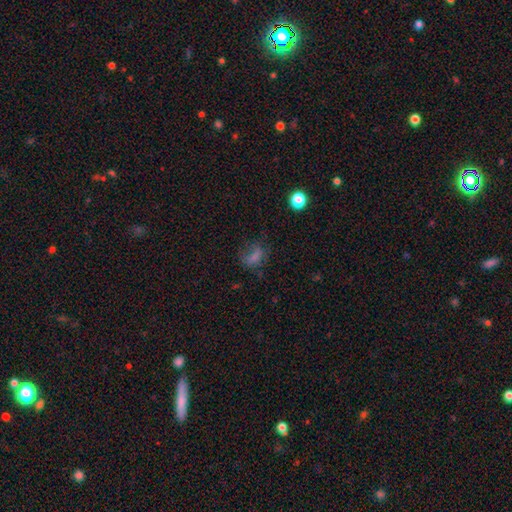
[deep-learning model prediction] smooth-or-featured: smooth: 60% | star or artifact: 23% | featured or disk: 17%
  how-rounded: in between: 67% | round: 28% | cigar-shaped: 5%
  merging: none: 48% | minor disturbance: 24% | major disturbance: 24% | merger: 3%